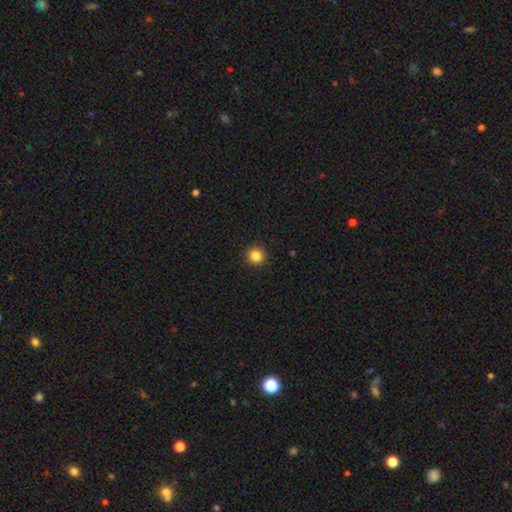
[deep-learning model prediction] This appears to be a smooth galaxy with no disk features (86%) that is round (94%). Merging: none (93%).